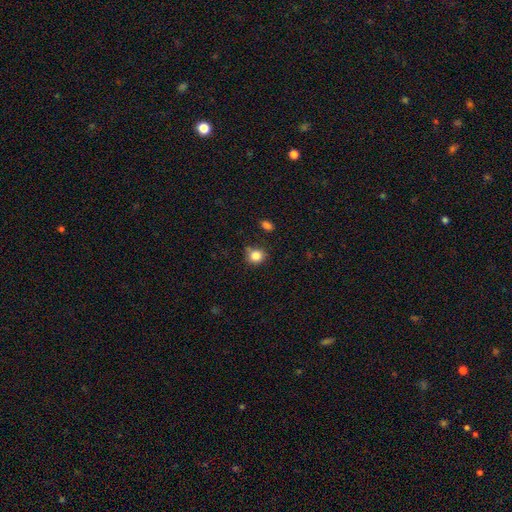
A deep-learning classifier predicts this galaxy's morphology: Q: Smooth or featured?
A: smooth (83%); runner-up: star or artifact (11%)
Q: How rounded?
A: round (78%); runner-up: in between (21%)
Q: Merging?
A: none (71%); runner-up: minor disturbance (18%)